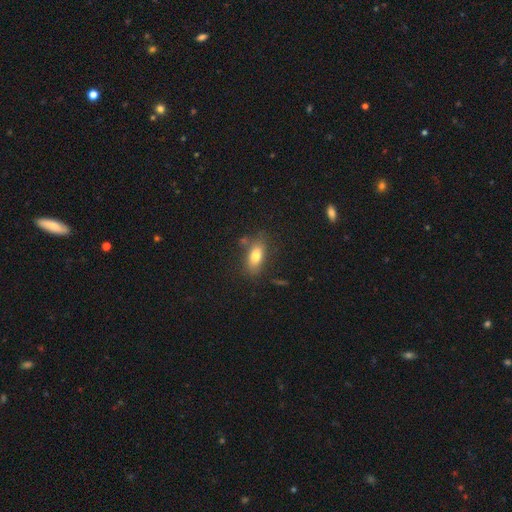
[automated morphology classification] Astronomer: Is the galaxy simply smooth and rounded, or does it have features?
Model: smooth — 78%.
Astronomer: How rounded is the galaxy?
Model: in between — 84%.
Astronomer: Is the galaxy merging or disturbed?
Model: none — 74%.